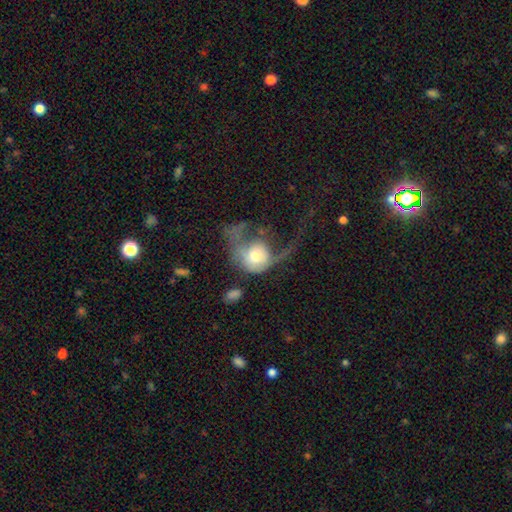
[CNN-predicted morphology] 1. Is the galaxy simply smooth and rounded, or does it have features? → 53% smooth, 40% featured or disk, 8% star or artifact.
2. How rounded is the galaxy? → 78% round, 20% in between, 2% cigar-shaped.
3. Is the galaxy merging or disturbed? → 64% major disturbance, 15% none, 12% minor disturbance, 9% merger.